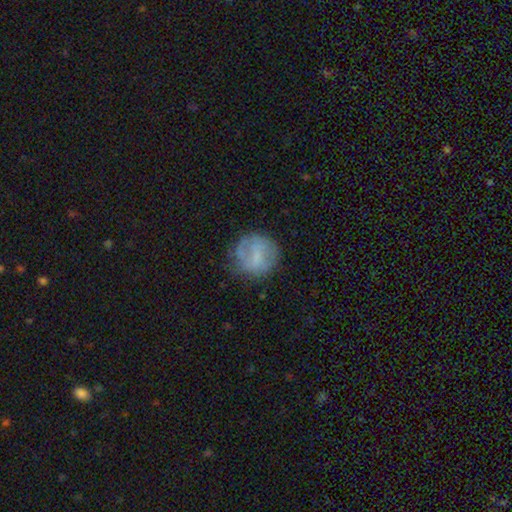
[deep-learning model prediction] smooth_or_featured: smooth (p=0.58) [alt: featured or disk p=0.34]
how_rounded: round (p=0.87) [alt: in between p=0.12]
merging: none (p=0.63) [alt: minor disturbance p=0.23]